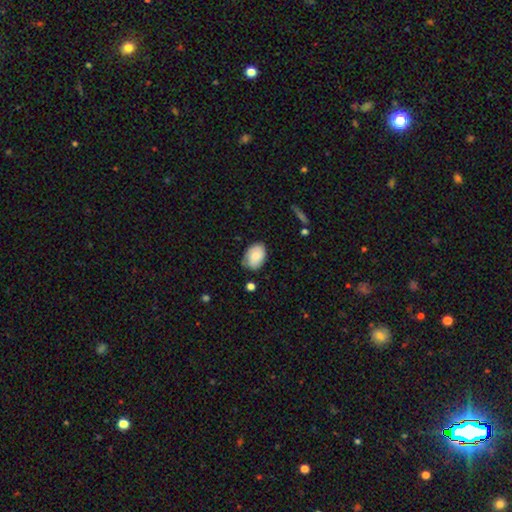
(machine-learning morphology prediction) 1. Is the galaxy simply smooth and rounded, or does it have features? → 78% smooth, 15% featured or disk, 7% star or artifact.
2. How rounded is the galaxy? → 85% in between, 13% round, 1% cigar-shaped.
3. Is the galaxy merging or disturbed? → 66% none, 26% minor disturbance, 5% major disturbance, 2% merger.